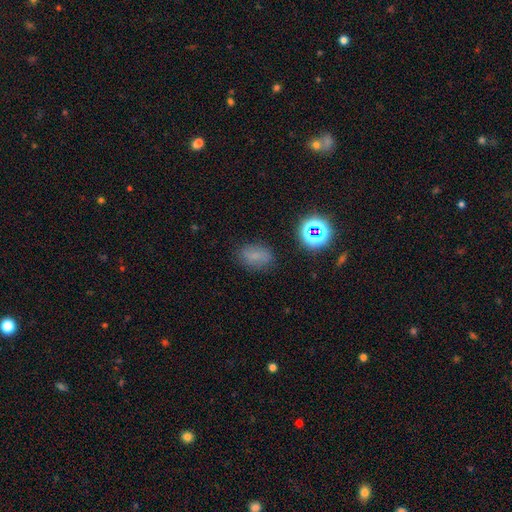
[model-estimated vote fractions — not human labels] This appears to be a smooth galaxy with no disk features (69%) that is in between round and cigar-shaped (74%). Merging: none (77%).